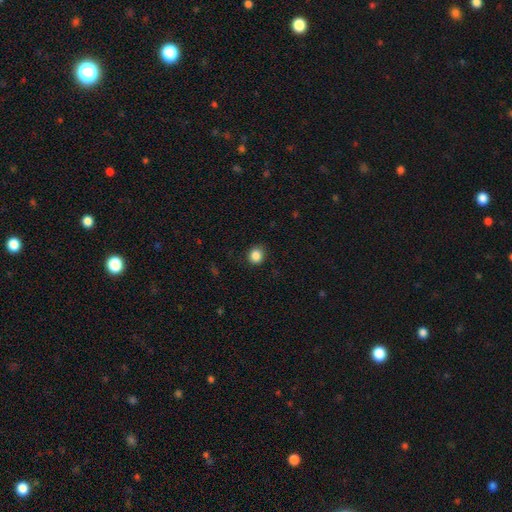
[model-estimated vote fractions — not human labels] Smooth or featured? Predicted: smooth (p=0.86). How rounded? Predicted: round (p=0.84). Merging? Predicted: none (p=0.88).